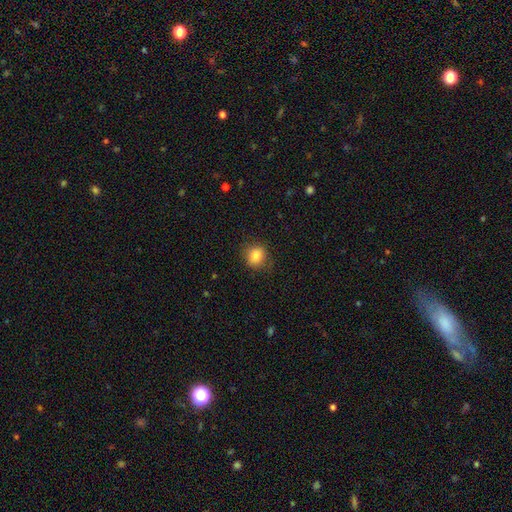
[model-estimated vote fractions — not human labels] This is clearly a smooth galaxy (83%). How rounded: clearly round (81%). Merging: clearly none (84%).